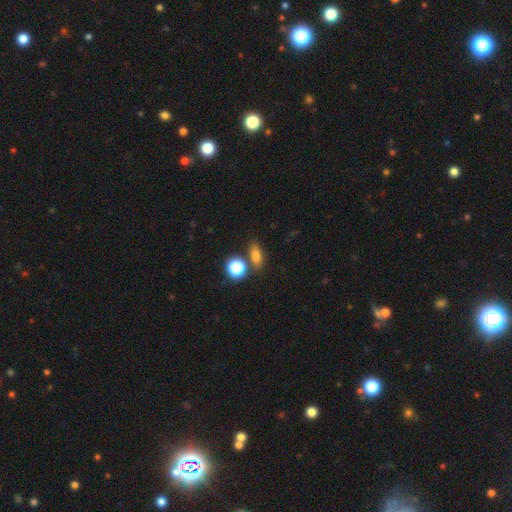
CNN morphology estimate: Smooth or featured? Predicted: smooth (p=0.76). How rounded? Predicted: in between (p=0.63). Merging? Predicted: none (p=0.73).